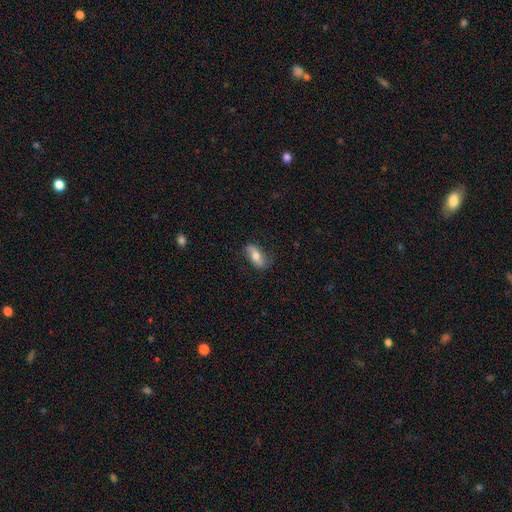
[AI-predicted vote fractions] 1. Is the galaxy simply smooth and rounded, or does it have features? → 60% smooth, 33% featured or disk, 7% star or artifact.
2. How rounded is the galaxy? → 82% in between, 14% cigar-shaped, 4% round.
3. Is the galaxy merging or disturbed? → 79% none, 16% minor disturbance, 4% major disturbance, 1% merger.